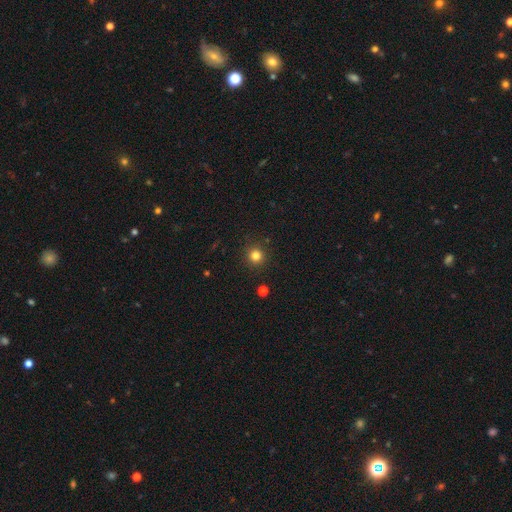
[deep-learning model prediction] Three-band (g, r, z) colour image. It shows a smooth galaxy with no disk features (81%) that is round (95%). Merging: none (92%).